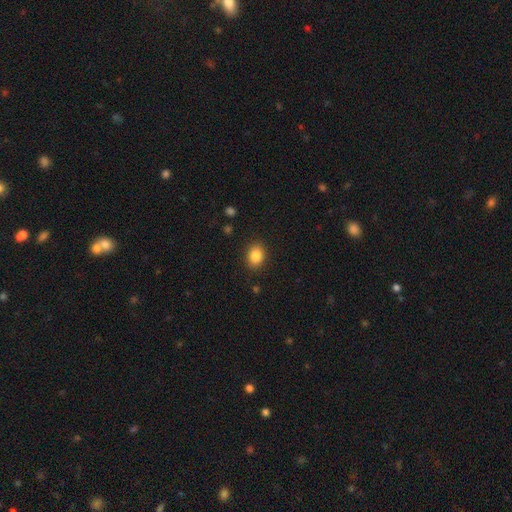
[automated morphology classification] Q: Smooth or featured?
A: smooth (86%); runner-up: star or artifact (9%)
Q: How rounded?
A: in between (60%); runner-up: round (39%)
Q: Merging?
A: none (89%); runner-up: minor disturbance (8%)